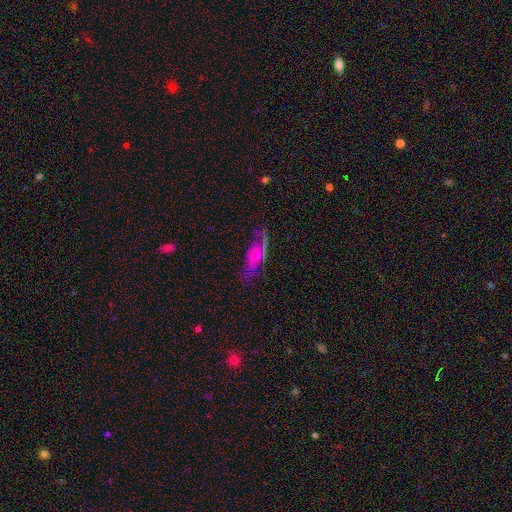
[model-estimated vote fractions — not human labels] Smooth or featured? Predicted: featured or disk (p=0.59). Edge-on disk? Predicted: no (p=0.73). Merging? Predicted: none (p=0.61).